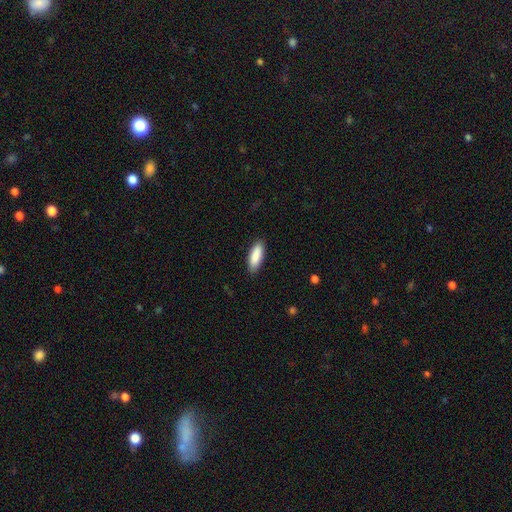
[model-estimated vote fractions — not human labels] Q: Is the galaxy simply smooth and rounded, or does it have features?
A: smooth — 89%.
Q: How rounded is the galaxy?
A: in between — 65%.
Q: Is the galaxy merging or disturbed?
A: none — 88%.